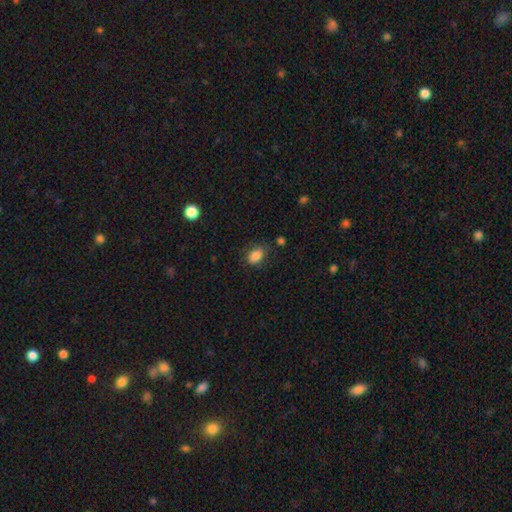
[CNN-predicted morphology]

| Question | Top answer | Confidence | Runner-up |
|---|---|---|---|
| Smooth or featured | smooth | 84% | star or artifact (9%) |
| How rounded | in between | 81% | round (18%) |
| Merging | none | 72% | minor disturbance (20%) |